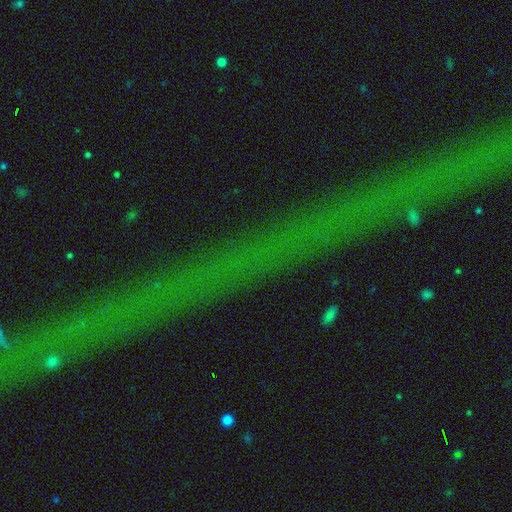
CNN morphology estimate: A star or artifact, not a galaxy (74%).

Vote fractions:
- Smooth or featured? star or artifact: 74% / featured or disk: 16% / smooth: 10%